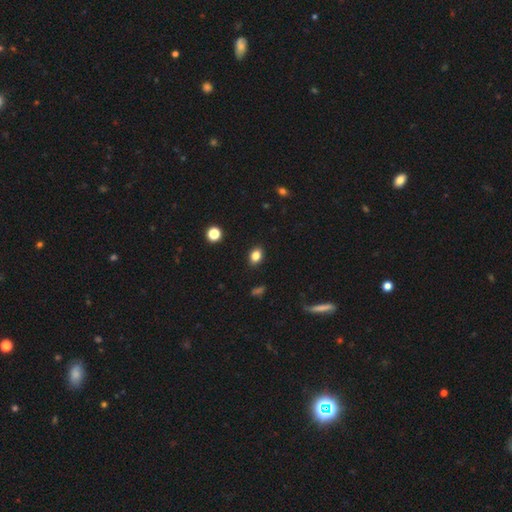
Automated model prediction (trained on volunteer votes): A smooth galaxy with no disk features (83%) that is in between round and cigar-shaped (70%).

Vote fractions:
- Smooth or featured? smooth: 83% / star or artifact: 11% / featured or disk: 6%
- How rounded? in between: 70% / round: 29% / cigar-shaped: 2%
- Merging? none: 88% / minor disturbance: 8% / major disturbance: 2% / merger: 1%